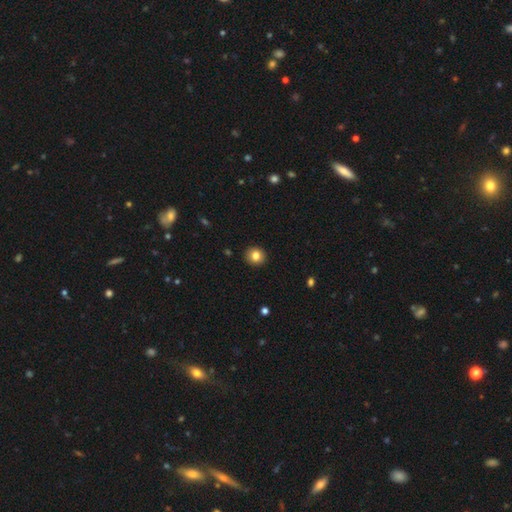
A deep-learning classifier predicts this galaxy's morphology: The model was most divided on "smooth or featured": smooth: 83%, star or artifact: 10%, featured or disk: 7%. More confident: merging — none (91%); how rounded — round (87%).